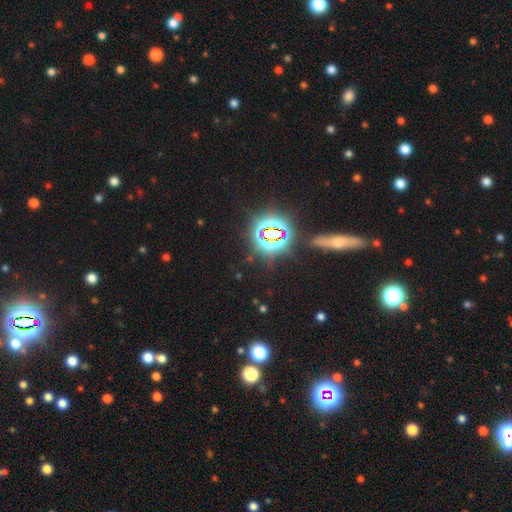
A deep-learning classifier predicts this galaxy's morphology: Smooth or featured?
  - star or artifact: 72% *
  - smooth: 16%
  - featured or disk: 12%